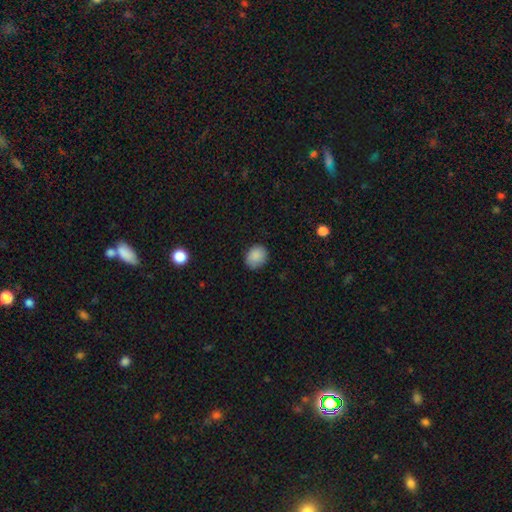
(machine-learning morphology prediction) smooth_or_featured: smooth (p=0.87) [alt: star or artifact p=0.08]
how_rounded: round (p=0.57) [alt: in between p=0.42]
merging: none (p=0.81) [alt: minor disturbance p=0.15]